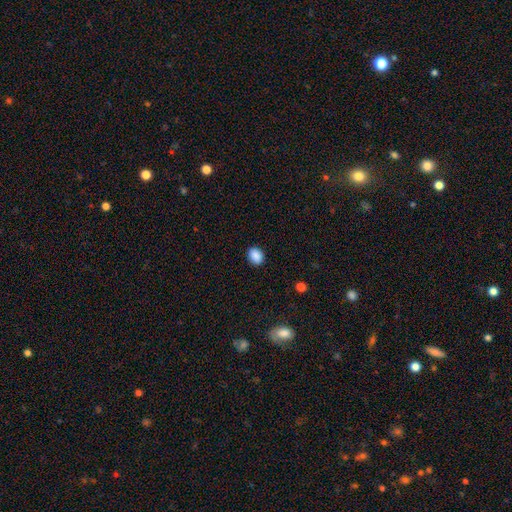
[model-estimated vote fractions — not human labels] Morphology: type=smooth (89%); roundness=in between (60%); merging=none (89%).